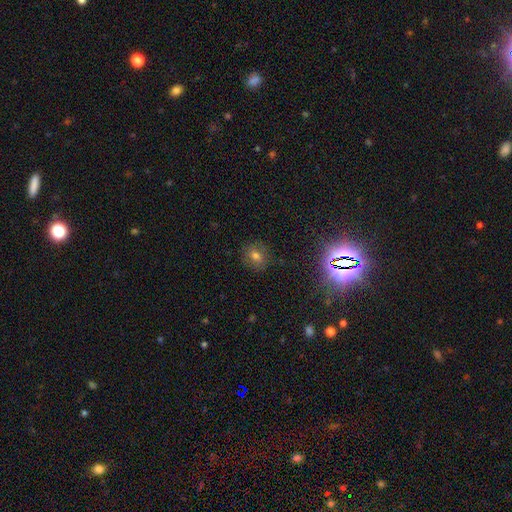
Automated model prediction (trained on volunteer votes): Smooth or featured: smooth — 66% (star or artifact — 20%)
How rounded: round — 73% (in between — 25%)
Merging: none — 85% (minor disturbance — 10%)